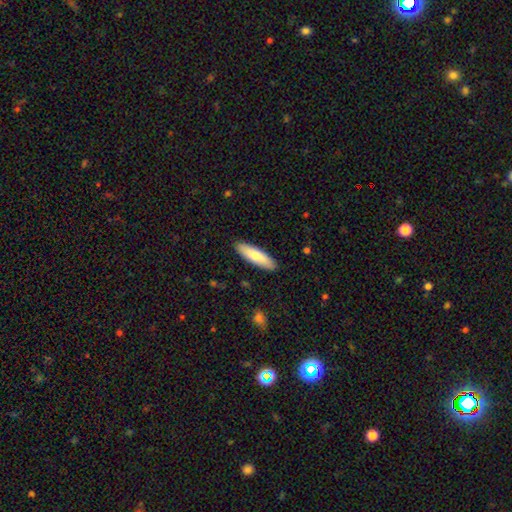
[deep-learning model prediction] Morphology: type=smooth (78%); roundness=cigar-shaped (59%); merging=none (90%).